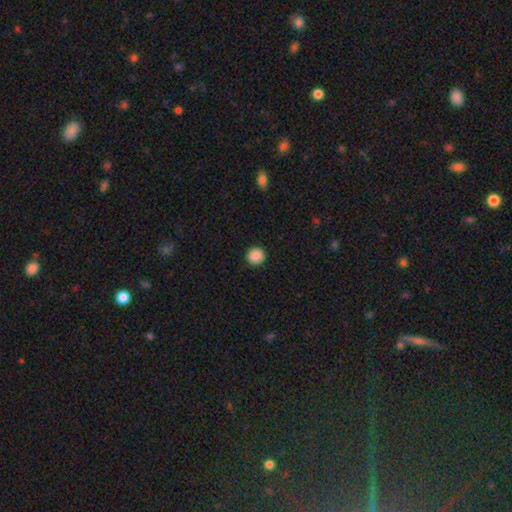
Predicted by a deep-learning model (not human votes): A smooth galaxy with no disk features (88%) that is round (94%). Merging: none (92%).